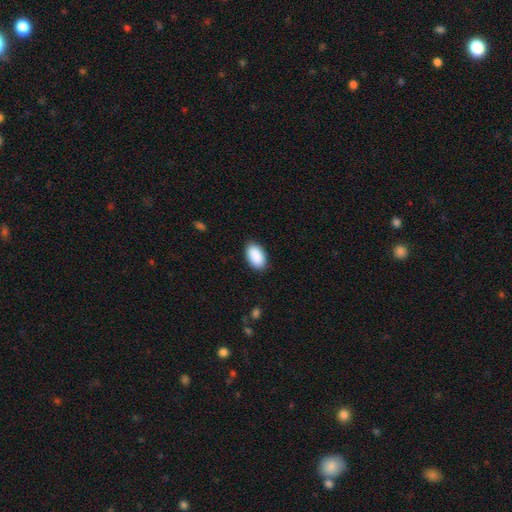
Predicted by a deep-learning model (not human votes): A smooth galaxy with no disk features (91%) that is in between round and cigar-shaped (94%). Merging: none (88%).